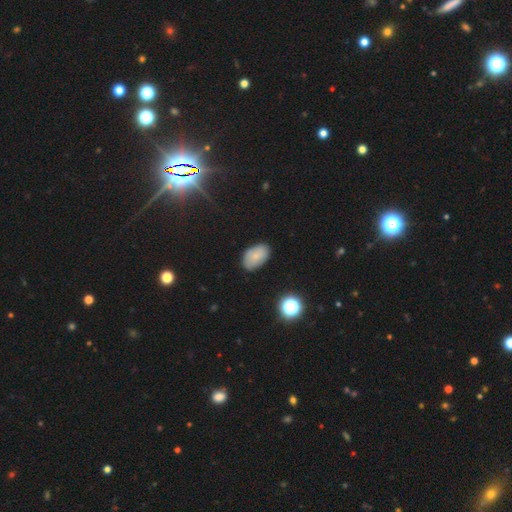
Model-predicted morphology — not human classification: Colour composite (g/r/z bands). It shows a smooth galaxy with no disk features (77%) that is in between round and cigar-shaped (91%). Merging: none (81%).